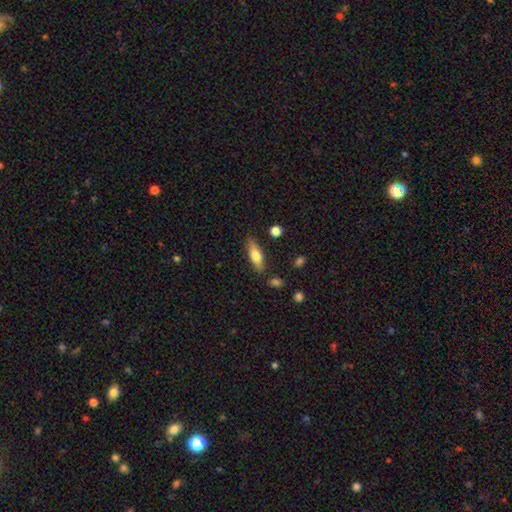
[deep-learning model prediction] Q: Smooth or featured?
A: smooth (65%); runner-up: featured or disk (29%)
Q: How rounded?
A: in between (57%); runner-up: cigar-shaped (41%)
Q: Merging?
A: none (82%); runner-up: minor disturbance (13%)